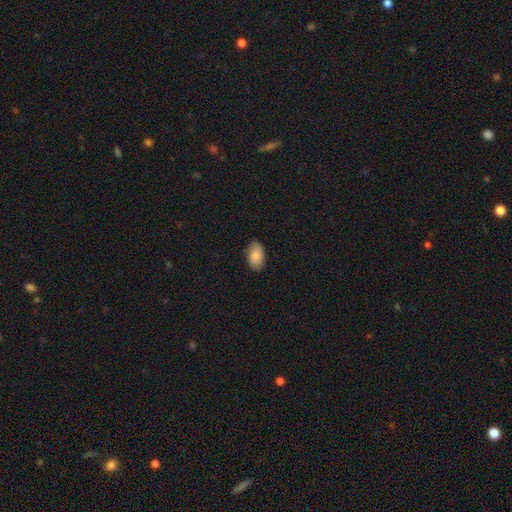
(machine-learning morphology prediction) Smooth or featured? smooth (87%)
How rounded? in between (94%)
Merging? none (86%)